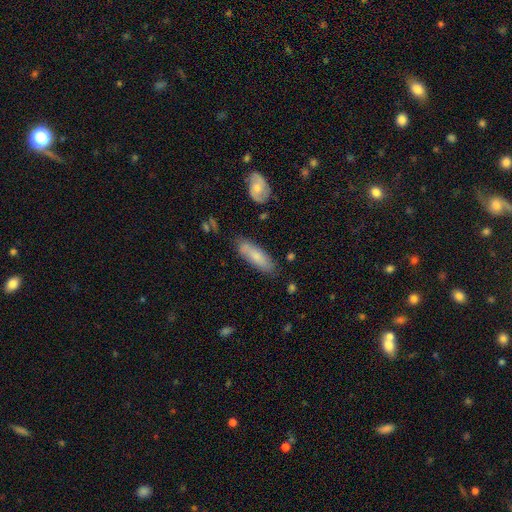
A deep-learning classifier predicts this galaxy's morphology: Smooth or featured?
  - smooth: 70% *
  - featured or disk: 24%
  - star or artifact: 6%
How rounded?
  - cigar-shaped: 51% *
  - in between: 47%
  - round: 2%
Merging?
  - none: 73% *
  - minor disturbance: 18%
  - merger: 4%
  - major disturbance: 4%